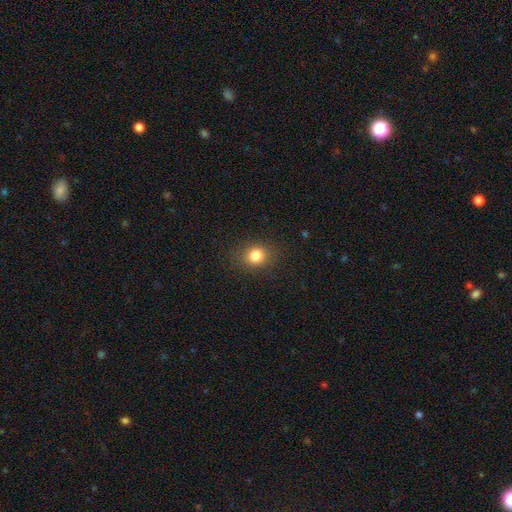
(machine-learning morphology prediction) Smooth or featured?
  - smooth: 82% *
  - star or artifact: 12%
  - featured or disk: 6%
How rounded?
  - round: 71% *
  - in between: 28%
  - cigar-shaped: 1%
Merging?
  - none: 87% *
  - minor disturbance: 9%
  - major disturbance: 3%
  - merger: 1%